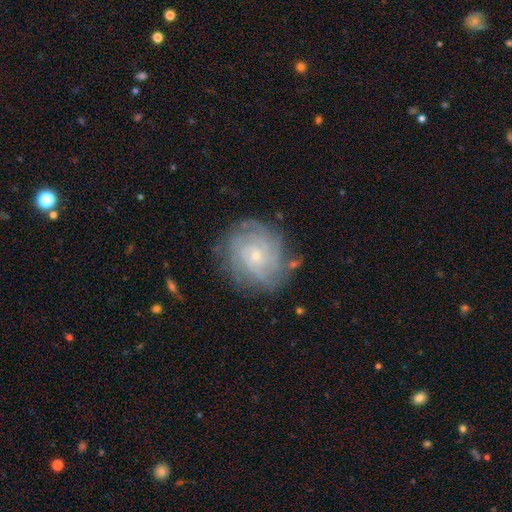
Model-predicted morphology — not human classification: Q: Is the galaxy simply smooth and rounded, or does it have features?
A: featured or disk — 77%.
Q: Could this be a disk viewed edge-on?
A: no — 97%.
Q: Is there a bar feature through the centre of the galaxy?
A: no — 77%.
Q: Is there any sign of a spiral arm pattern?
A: yes — 94%.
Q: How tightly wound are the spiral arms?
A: tight — 72%.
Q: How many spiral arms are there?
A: can't tell — 37%.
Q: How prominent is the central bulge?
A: small — 76%.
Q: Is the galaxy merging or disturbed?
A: none — 78%.